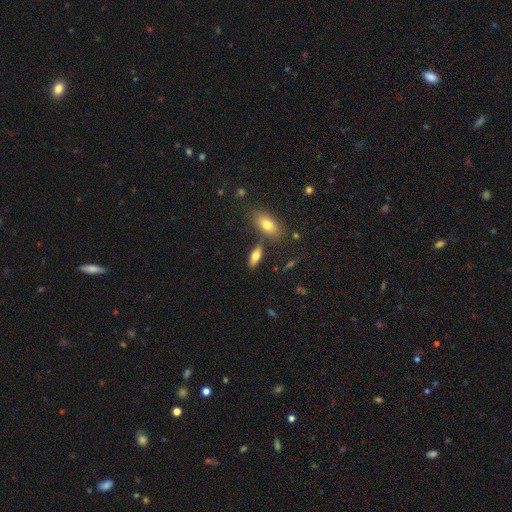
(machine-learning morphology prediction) Smooth or featured? smooth (64%)
How rounded? in between (73%)
Merging? none (75%)